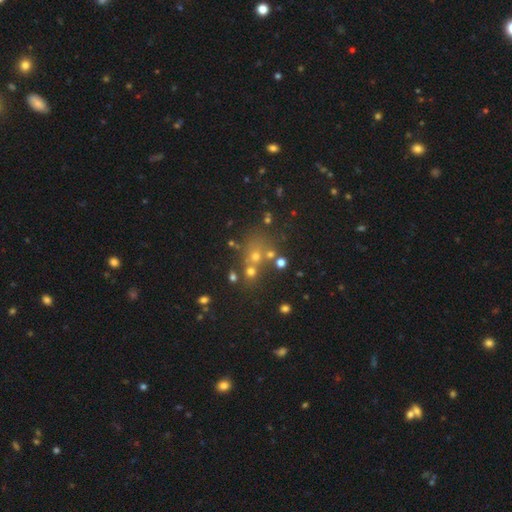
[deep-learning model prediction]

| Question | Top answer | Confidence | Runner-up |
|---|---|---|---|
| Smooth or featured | smooth | 55% | star or artifact (27%) |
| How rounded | round | 76% | in between (22%) |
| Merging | none | 50% | merger (33%) |